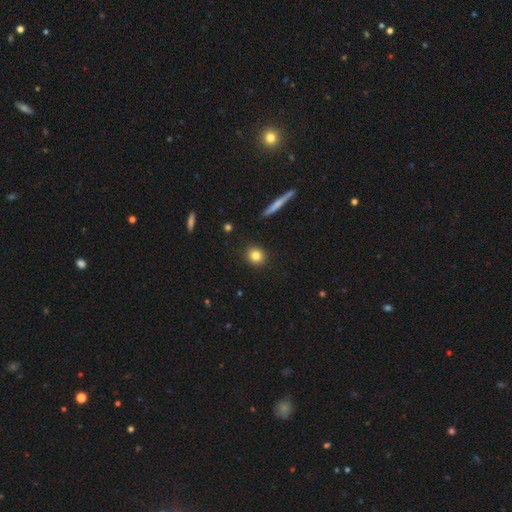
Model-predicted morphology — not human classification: This is clearly a smooth galaxy (82%). How rounded: clearly round (86%). Merging: clearly none (91%).